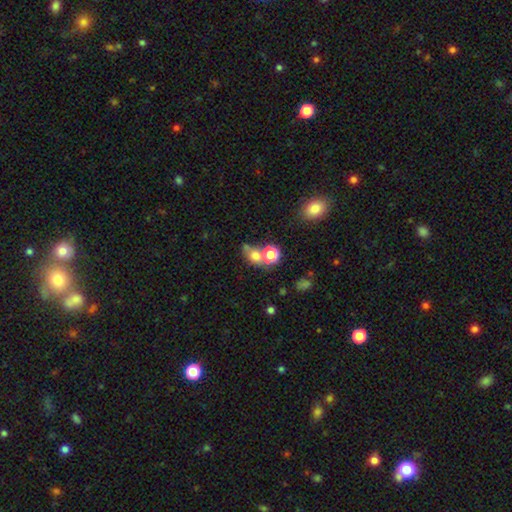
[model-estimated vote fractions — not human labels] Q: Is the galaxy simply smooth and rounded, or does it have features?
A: smooth — 68%.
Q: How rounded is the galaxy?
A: round — 62%.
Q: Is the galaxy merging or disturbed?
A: merger — 42%.